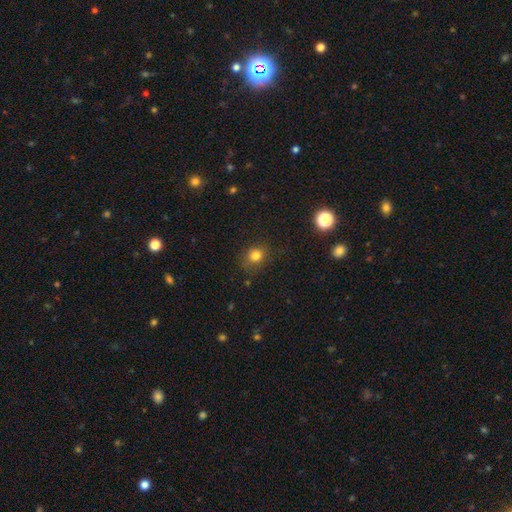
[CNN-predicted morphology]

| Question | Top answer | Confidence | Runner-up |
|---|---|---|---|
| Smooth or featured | smooth | 79% | star or artifact (15%) |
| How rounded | round | 78% | in between (21%) |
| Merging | none | 79% | minor disturbance (15%) |